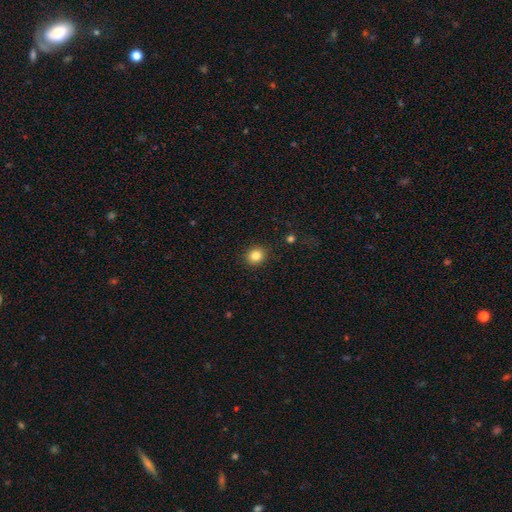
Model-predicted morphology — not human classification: This is clearly a smooth galaxy (84%). How rounded: likely round (80%). Merging: clearly none (90%).